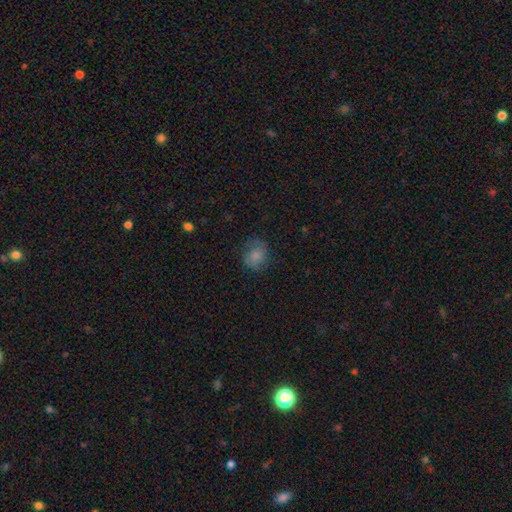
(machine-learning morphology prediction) Q: Smooth or featured?
A: smooth (71%); runner-up: featured or disk (18%)
Q: How rounded?
A: round (66%); runner-up: in between (33%)
Q: Merging?
A: none (65%); runner-up: minor disturbance (23%)